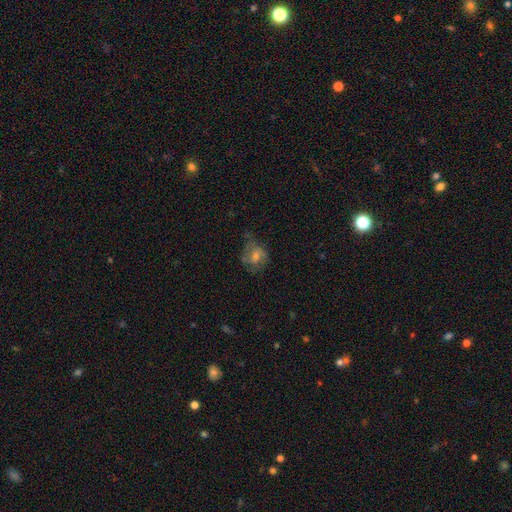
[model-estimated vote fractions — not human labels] Smooth or featured?
  - featured or disk: 45% *
  - smooth: 40%
  - star or artifact: 15%
Merging?
  - none: 60% *
  - minor disturbance: 24%
  - major disturbance: 14%
  - merger: 2%